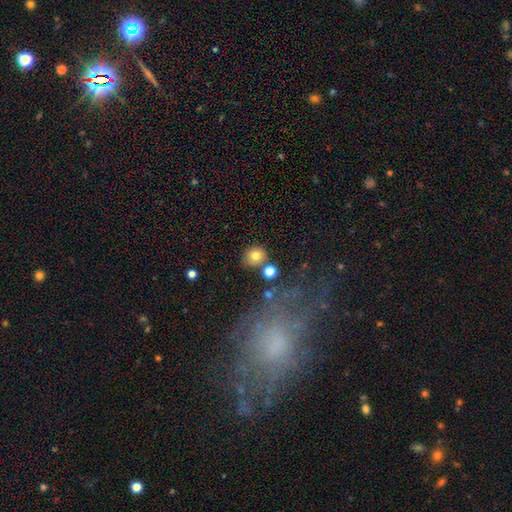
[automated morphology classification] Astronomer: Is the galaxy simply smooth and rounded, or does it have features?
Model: smooth — 77%.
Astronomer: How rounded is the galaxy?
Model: round — 83%.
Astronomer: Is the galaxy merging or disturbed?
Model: none — 74%.